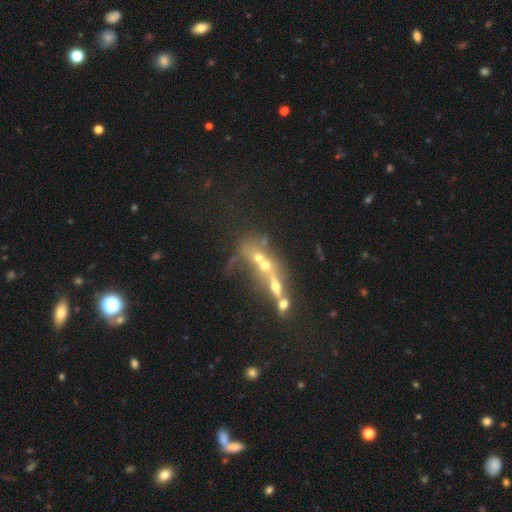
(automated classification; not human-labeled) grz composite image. It shows a featured or disk galaxy (47%). Merging: merger (62%).